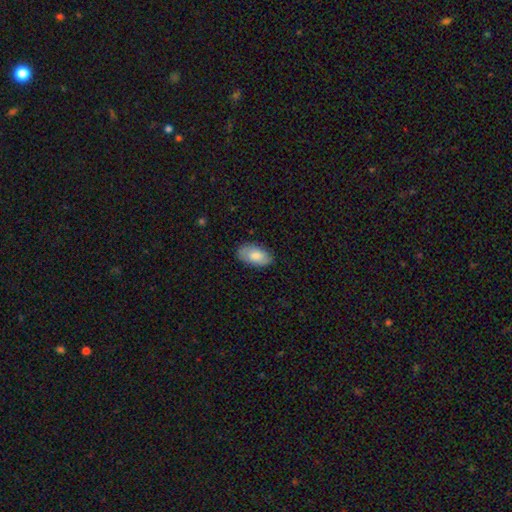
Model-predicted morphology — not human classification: Smooth or featured? smooth (80%)
How rounded? in between (95%)
Merging? none (83%)